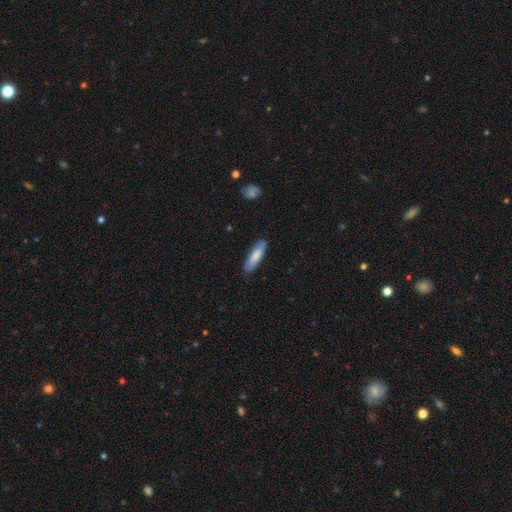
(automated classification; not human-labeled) Smooth or featured?
  - smooth: 77% *
  - featured or disk: 18%
  - star or artifact: 5%
How rounded?
  - cigar-shaped: 65% *
  - in between: 33%
  - round: 1%
Merging?
  - none: 80% *
  - minor disturbance: 15%
  - major disturbance: 3%
  - merger: 2%